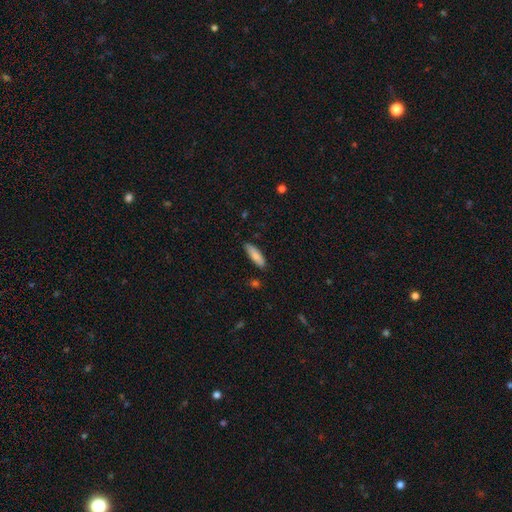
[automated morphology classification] Smooth or featured: smooth — 83% (featured or disk — 11%)
How rounded: cigar-shaped — 56% (in between — 42%)
Merging: none — 85% (minor disturbance — 12%)